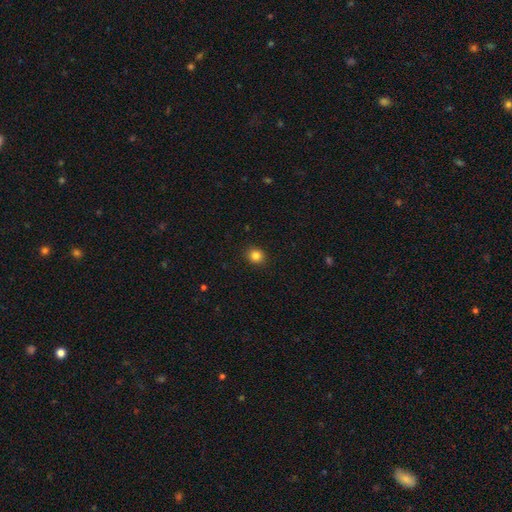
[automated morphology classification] Smooth or featured: smooth — 84% (star or artifact — 11%)
How rounded: round — 85% (in between — 14%)
Merging: none — 91% (minor disturbance — 6%)